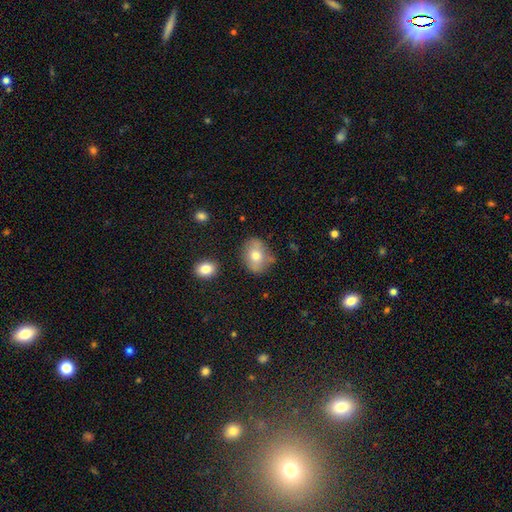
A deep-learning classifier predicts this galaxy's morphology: Q: Smooth or featured?
A: smooth (68%); runner-up: featured or disk (23%)
Q: How rounded?
A: in between (60%); runner-up: round (39%)
Q: Merging?
A: none (71%); runner-up: minor disturbance (20%)